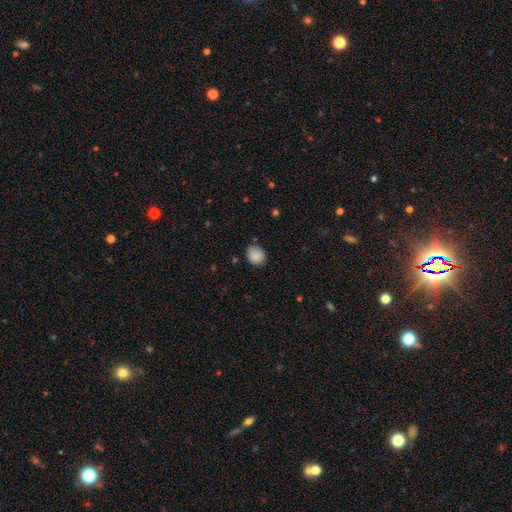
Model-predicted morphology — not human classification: type=smooth (87%); roundness=round (54%); merging=none (75%).